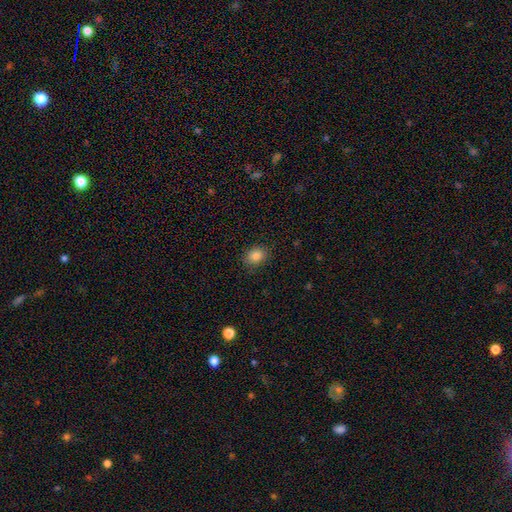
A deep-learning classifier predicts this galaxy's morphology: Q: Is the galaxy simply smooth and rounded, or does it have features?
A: smooth — 85%.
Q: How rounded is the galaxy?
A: in between — 58%.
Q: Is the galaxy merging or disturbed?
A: none — 85%.